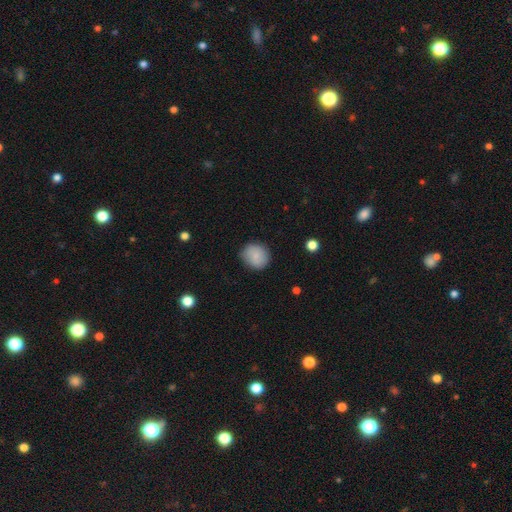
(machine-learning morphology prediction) Smooth or featured?
  - smooth: 83% *
  - featured or disk: 10%
  - star or artifact: 8%
How rounded?
  - round: 80% *
  - in between: 19%
  - cigar-shaped: 1%
Merging?
  - none: 81% *
  - minor disturbance: 15%
  - major disturbance: 3%
  - merger: 1%